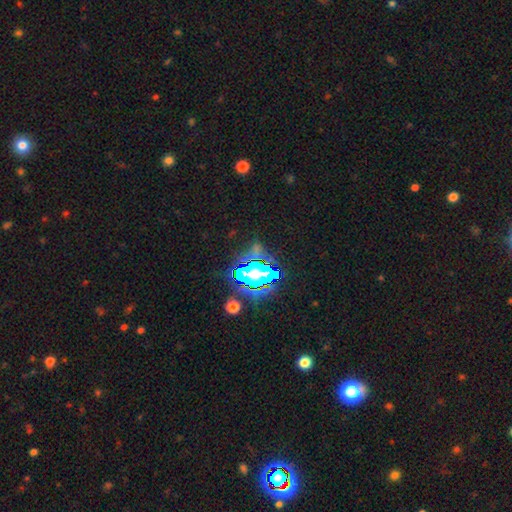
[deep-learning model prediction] A star or artifact, not a galaxy (75%).

Vote fractions:
- Smooth or featured? star or artifact: 75% / smooth: 15% / featured or disk: 11%